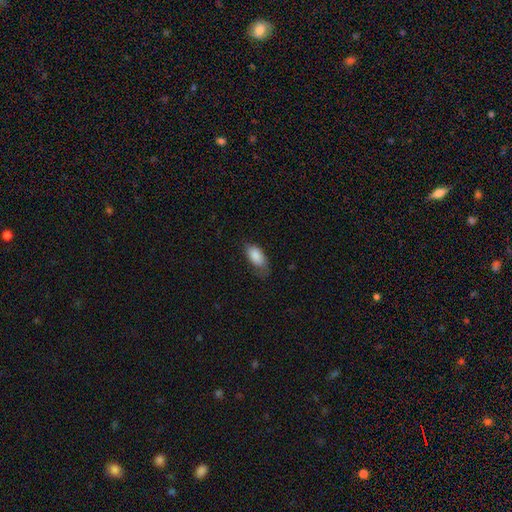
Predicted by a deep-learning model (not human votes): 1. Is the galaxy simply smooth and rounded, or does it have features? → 85% smooth, 9% featured or disk, 7% star or artifact.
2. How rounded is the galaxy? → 92% in between, 5% cigar-shaped, 3% round.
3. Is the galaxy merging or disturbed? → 55% none, 32% minor disturbance, 12% major disturbance, 1% merger.